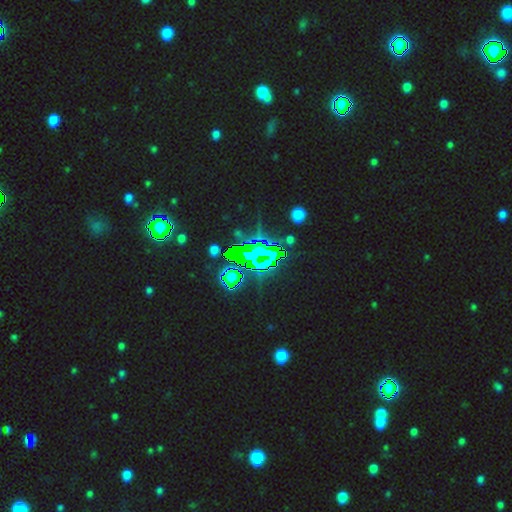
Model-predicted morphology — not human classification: star or artifact 81%, featured or disk 10%, smooth 9%.